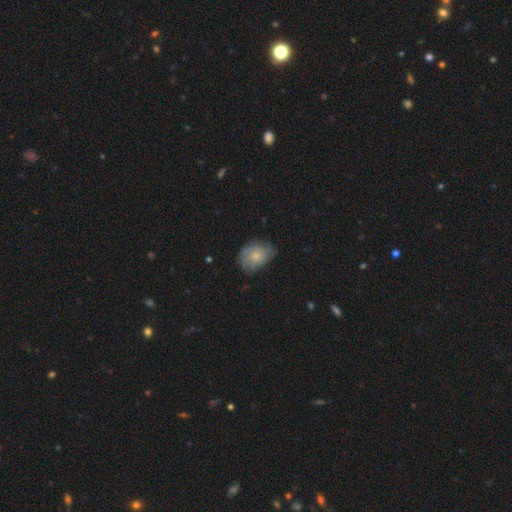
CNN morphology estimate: Smooth or featured: smooth — 54% (featured or disk — 38%)
How rounded: in between — 59% (round — 40%)
Merging: none — 62% (minor disturbance — 28%)